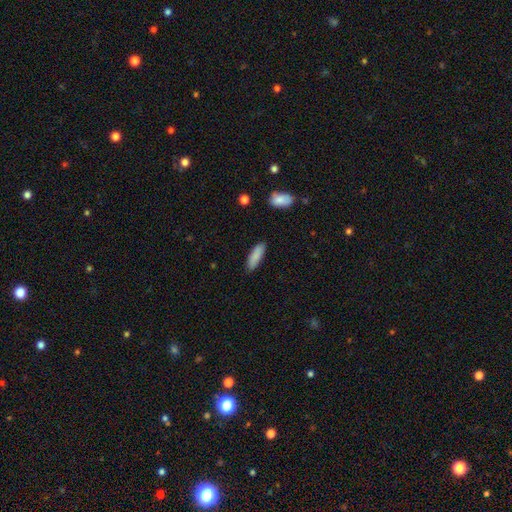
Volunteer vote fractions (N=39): A smooth galaxy with no disk features (92%) that is cigar-shaped (53%). Merging: none (81%).